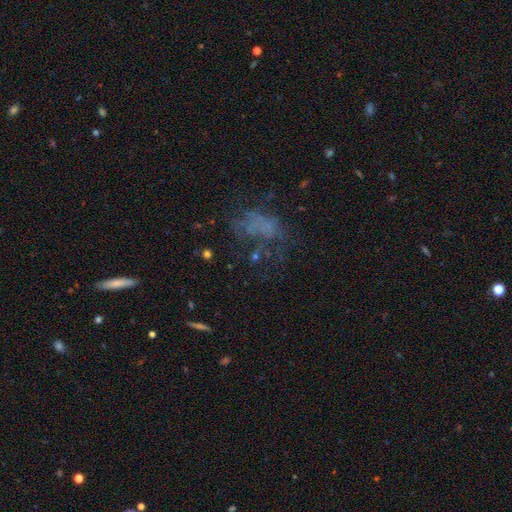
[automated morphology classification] A featured or disk galaxy (43%). Merging: none (39%).